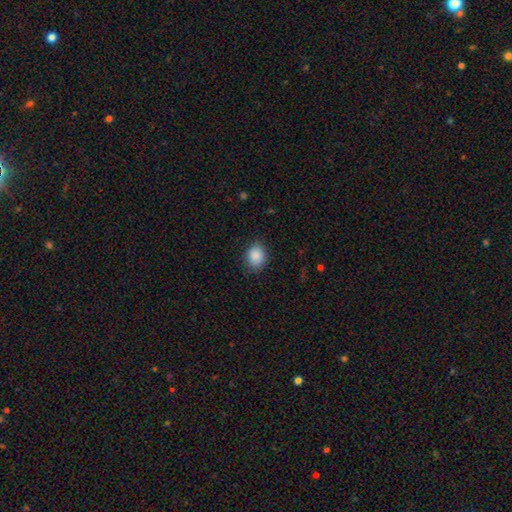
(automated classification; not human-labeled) Overall: smooth (89%). How rounded: round (57%; in between 42%). Merging: none (83%).